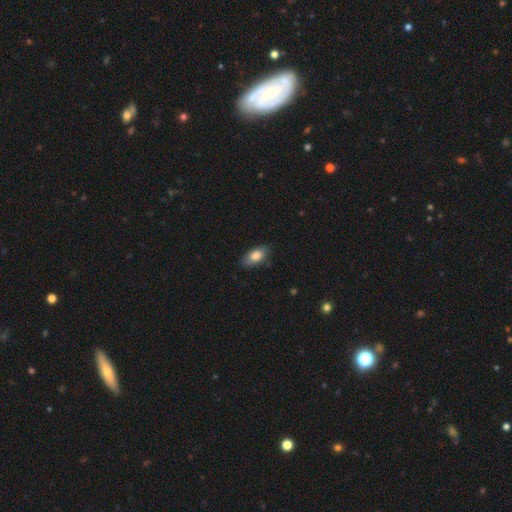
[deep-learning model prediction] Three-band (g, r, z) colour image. It shows a smooth galaxy with no disk features (83%) that is in between round and cigar-shaped (91%). Merging: none (82%).